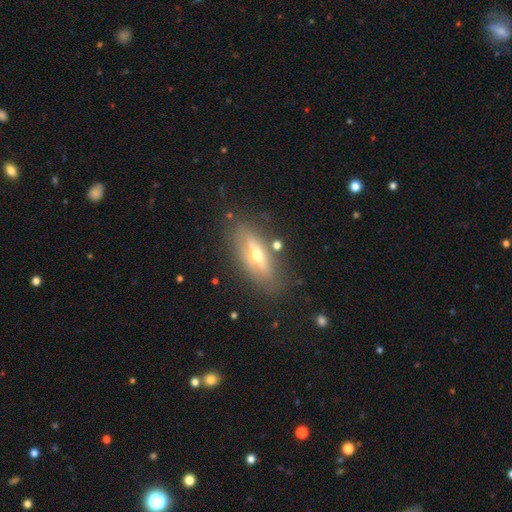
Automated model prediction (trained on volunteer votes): Morphology: type=featured or disk (63%); edge-on=yes (75%); merging=none (80%).